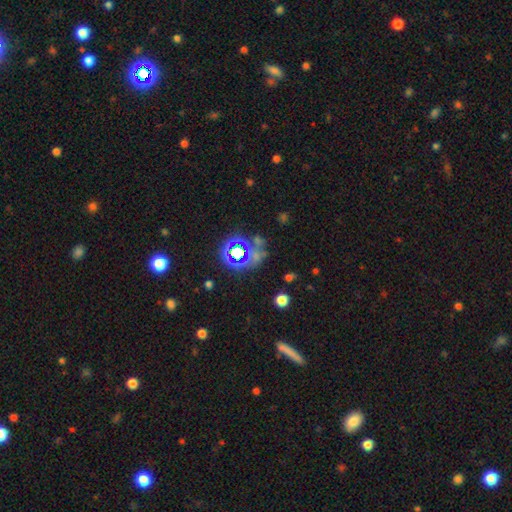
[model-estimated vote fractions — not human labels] Smooth or featured? Predicted: star or artifact (p=0.63).